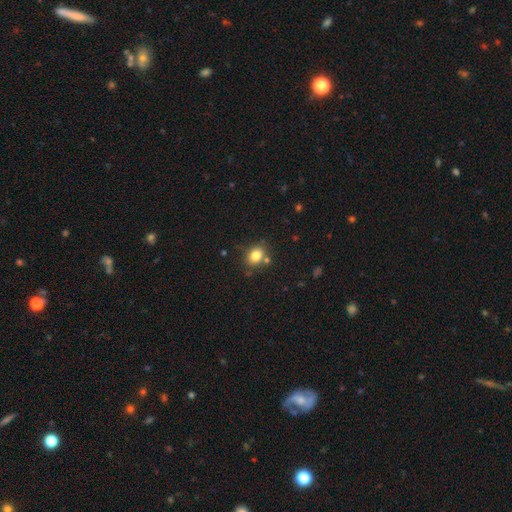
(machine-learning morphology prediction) A smooth galaxy with no disk features (80%) that is round (53%). Merging: none (73%).